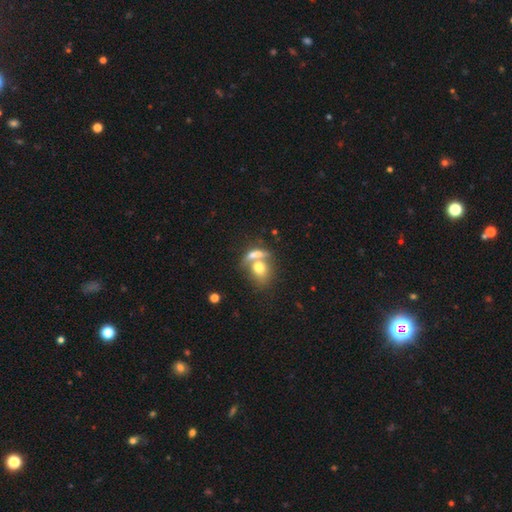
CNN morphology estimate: A smooth galaxy with no disk features (71%) that is in between round and cigar-shaped (53%).

Vote fractions:
- Smooth or featured? smooth: 71% / featured or disk: 20% / star or artifact: 9%
- How rounded? in between: 53% / round: 35% / cigar-shaped: 12%
- Merging? merger: 54% / none: 32% / minor disturbance: 8% / major disturbance: 6%